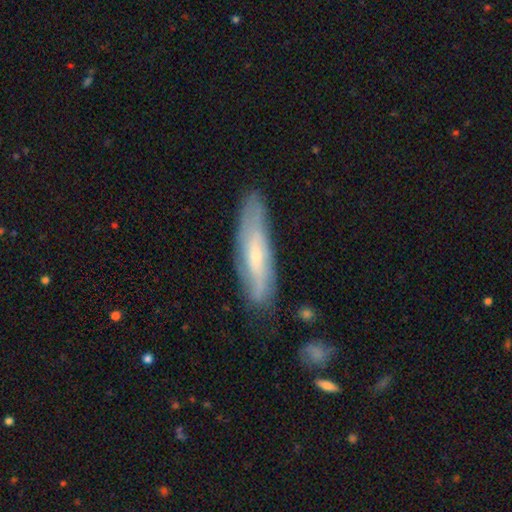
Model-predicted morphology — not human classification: Smooth or featured? Predicted: featured or disk (p=0.55). Edge-on disk? Predicted: no (p=0.60). Merging? Predicted: none (p=0.72).